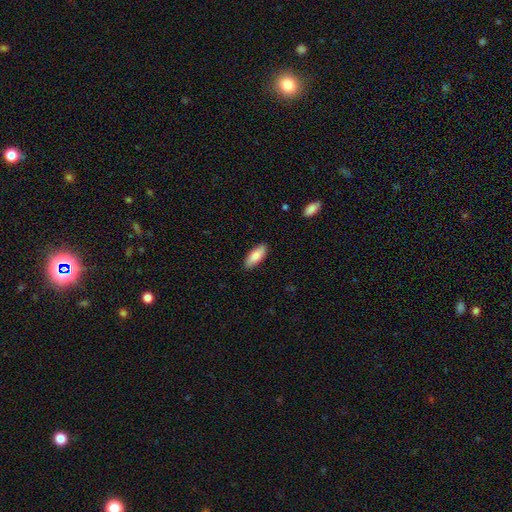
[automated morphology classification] A smooth galaxy with no disk features (83%) that is in between round and cigar-shaped (77%).

Vote fractions:
- Smooth or featured? smooth: 83% / featured or disk: 11% / star or artifact: 6%
- How rounded? in between: 77% / cigar-shaped: 21% / round: 2%
- Merging? none: 88% / minor disturbance: 9% / major disturbance: 2% / merger: 1%